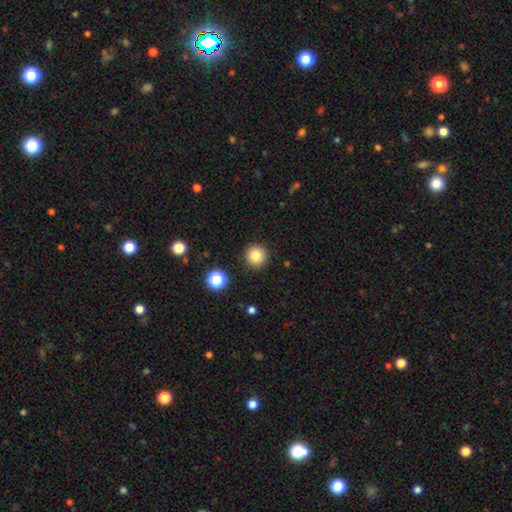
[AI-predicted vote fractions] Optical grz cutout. It shows a smooth galaxy with no disk features (82%) that is round (95%). Merging: none (91%).